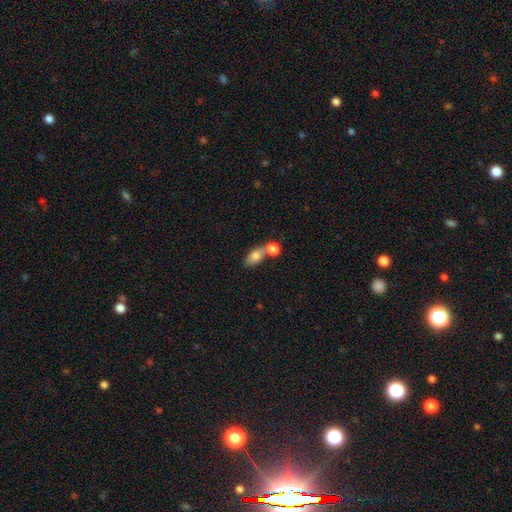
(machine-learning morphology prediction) Smooth or featured?
  - smooth: 77% *
  - featured or disk: 14%
  - star or artifact: 9%
How rounded?
  - in between: 76% *
  - round: 16%
  - cigar-shaped: 8%
Merging?
  - merger: 44% *
  - none: 39%
  - minor disturbance: 12%
  - major disturbance: 5%